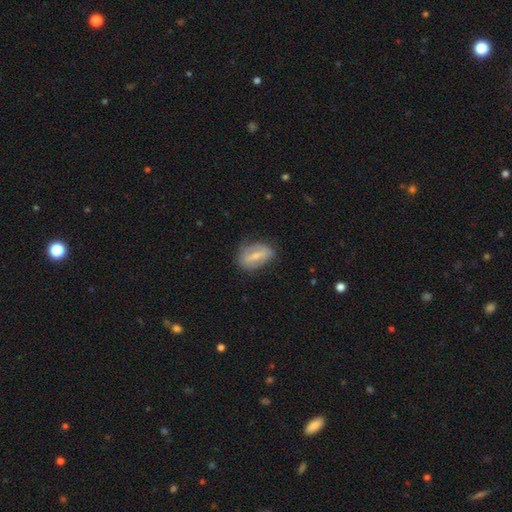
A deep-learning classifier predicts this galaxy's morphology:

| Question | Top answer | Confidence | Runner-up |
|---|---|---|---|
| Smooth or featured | featured or disk | 53% | smooth (39%) |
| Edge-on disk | no | 89% | yes (11%) |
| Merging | none | 68% | minor disturbance (23%) |